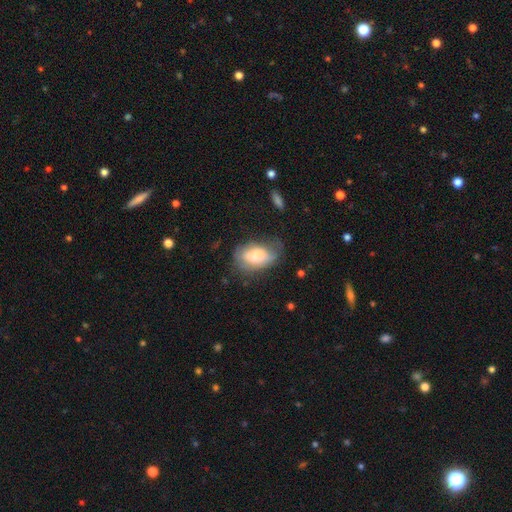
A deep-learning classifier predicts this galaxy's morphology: smooth-or-featured: smooth: 69% | featured or disk: 24% | star or artifact: 7%
  how-rounded: in between: 88% | round: 10% | cigar-shaped: 2%
  merging: none: 50% | minor disturbance: 32% | major disturbance: 16% | merger: 2%